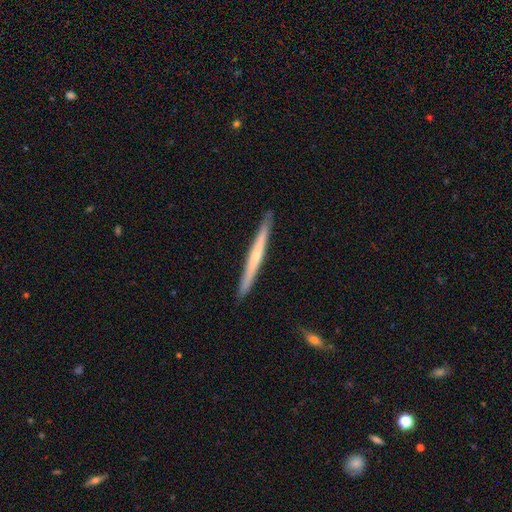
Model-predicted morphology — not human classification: Smooth or featured?
  - featured or disk: 58% *
  - smooth: 37%
  - star or artifact: 5%
Edge-on disk?
  - yes: 97% *
  - no: 3%
Edge-on bulge?
  - none: 59% *
  - rounded: 36%
  - boxy: 4%
Merging?
  - none: 92% *
  - minor disturbance: 6%
  - major disturbance: 1%
  - merger: 1%